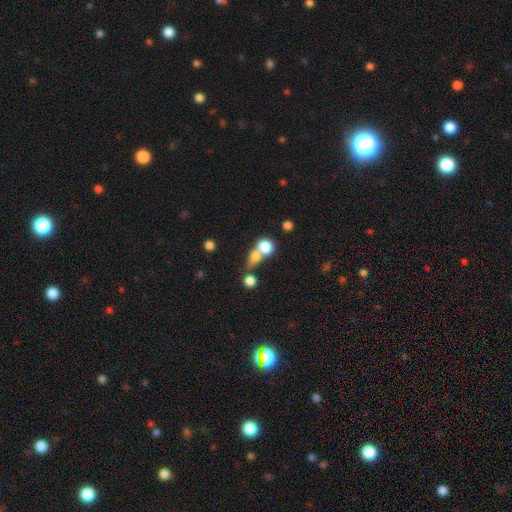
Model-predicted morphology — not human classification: type=smooth (75%); roundness=round (67%); merging=merger (57%).